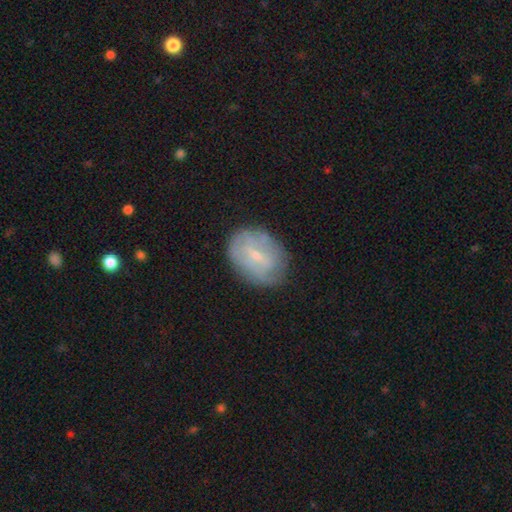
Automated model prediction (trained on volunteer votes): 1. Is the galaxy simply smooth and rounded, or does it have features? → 51% featured or disk, 41% smooth, 8% star or artifact.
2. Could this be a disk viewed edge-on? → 95% no, 5% yes.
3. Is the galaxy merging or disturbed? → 72% none, 20% minor disturbance, 7% major disturbance, 2% merger.